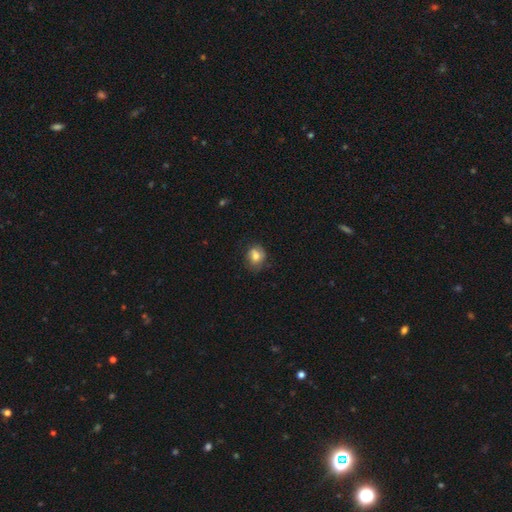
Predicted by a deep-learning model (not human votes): The model was most divided on "how rounded": round: 63%, in between: 36%, cigar-shaped: 1%. More confident: merging — none (63%); smooth or featured — smooth (62%).